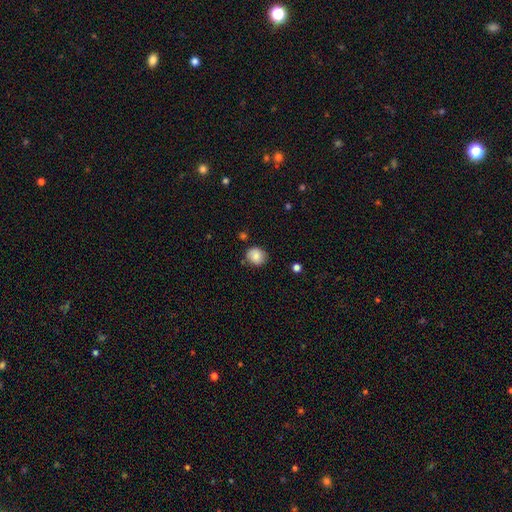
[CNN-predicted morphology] A smooth galaxy with no disk features (84%) that is round (78%). Merging: none (80%).